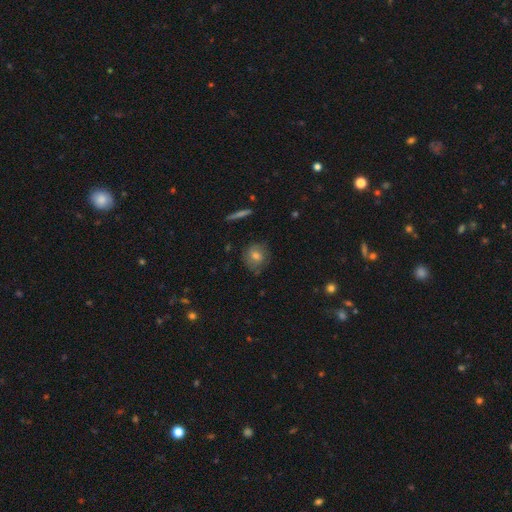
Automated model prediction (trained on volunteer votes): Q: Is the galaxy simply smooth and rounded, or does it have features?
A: smooth — 62%.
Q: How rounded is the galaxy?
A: round — 75%.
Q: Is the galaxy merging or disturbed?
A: none — 72%.